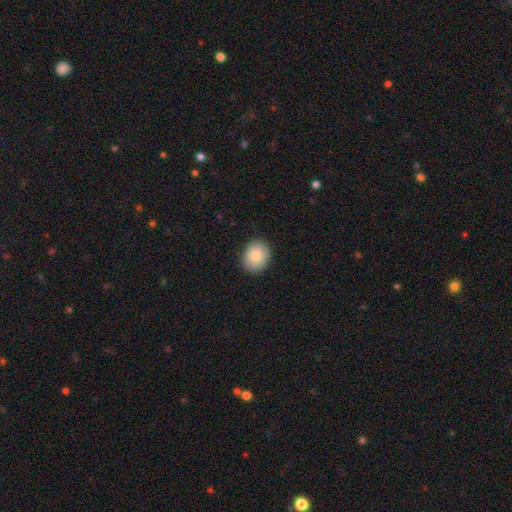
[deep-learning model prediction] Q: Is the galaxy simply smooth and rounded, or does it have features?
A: smooth — 86%.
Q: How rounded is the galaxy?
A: round — 62%.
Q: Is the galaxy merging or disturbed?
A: none — 88%.